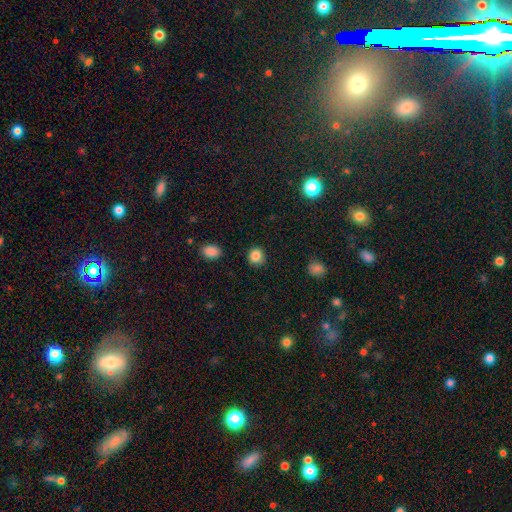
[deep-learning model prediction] smooth 86%, star or artifact 10%, featured or disk 4%. Down the decision tree: how rounded — round (83%); merging — none (87%).